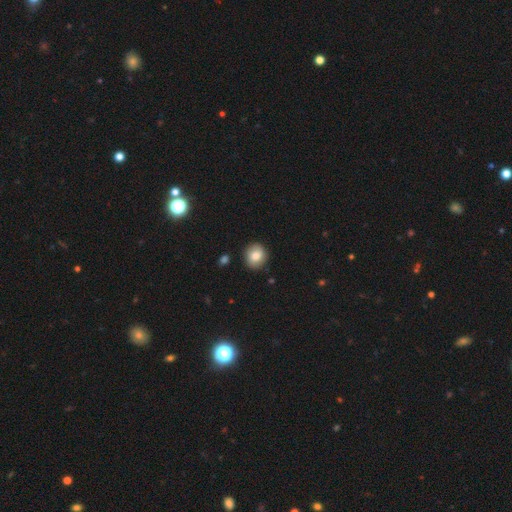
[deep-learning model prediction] This appears to be a smooth galaxy with no disk features (83%) that is round (76%). Merging: none (87%).